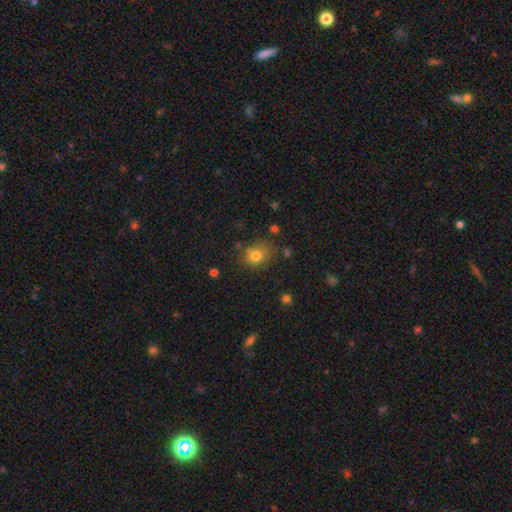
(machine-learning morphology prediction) Smooth or featured: smooth — 77% (star or artifact — 12%)
How rounded: in between — 52% (round — 47%)
Merging: none — 62% (minor disturbance — 23%)